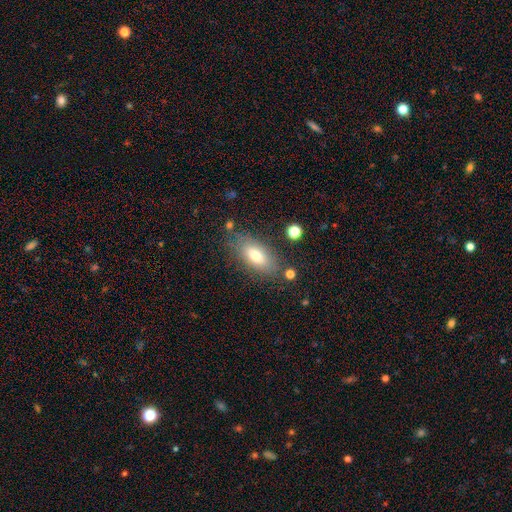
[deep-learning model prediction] Smooth or featured? Predicted: smooth (p=0.71). How rounded? Predicted: in between (p=0.86). Merging? Predicted: none (p=0.77).